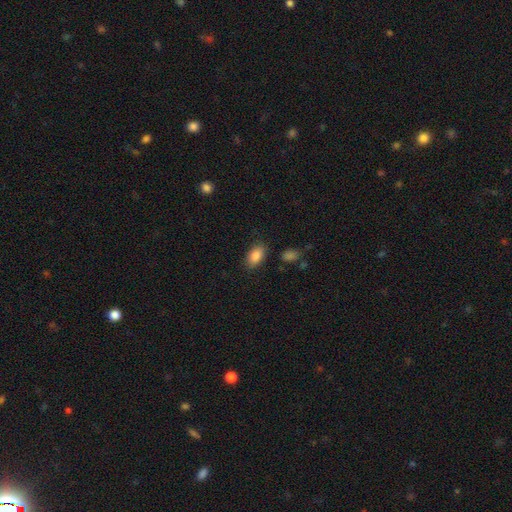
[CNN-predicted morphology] smooth-or-featured: smooth: 86% | star or artifact: 8% | featured or disk: 6%
  how-rounded: in between: 90% | round: 8% | cigar-shaped: 3%
  merging: none: 83% | minor disturbance: 12% | major disturbance: 3% | merger: 2%